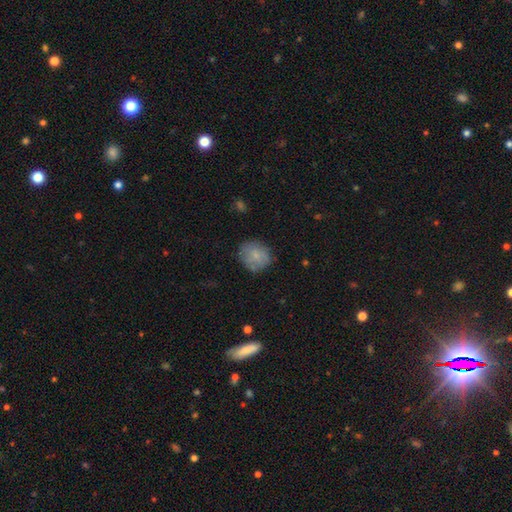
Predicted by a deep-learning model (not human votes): smooth 75%, featured or disk 17%, star or artifact 8%. Down the decision tree: how rounded — round (73%); merging — none (72%).